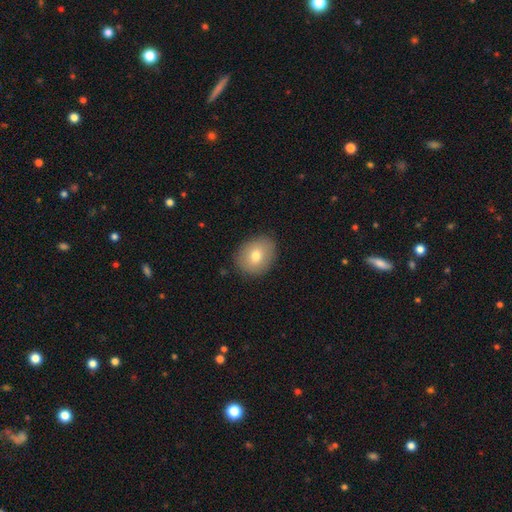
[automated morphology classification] This is likely a smooth galaxy (74%). How rounded: possibly round (57%). Merging: clearly none (86%).